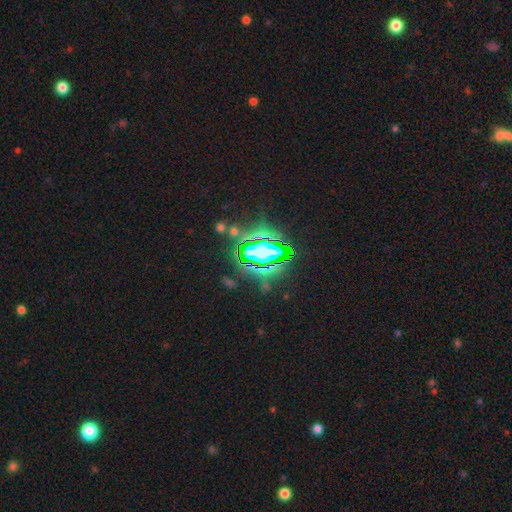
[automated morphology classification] A star or artifact, not a galaxy (72%).

Vote fractions:
- Smooth or featured? star or artifact: 72% / smooth: 17% / featured or disk: 11%